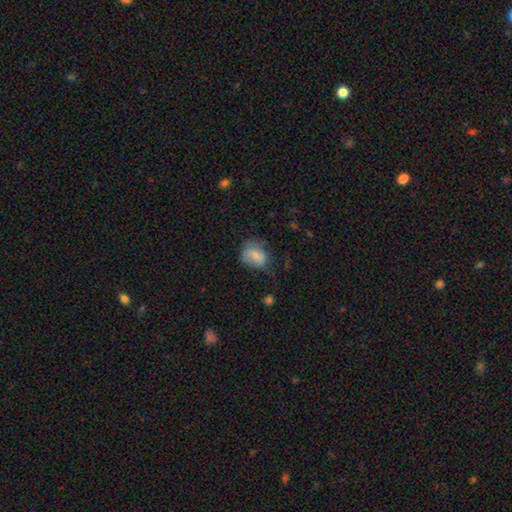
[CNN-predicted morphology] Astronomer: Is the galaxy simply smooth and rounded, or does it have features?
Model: smooth — 71%.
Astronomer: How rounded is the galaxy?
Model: in between — 62%.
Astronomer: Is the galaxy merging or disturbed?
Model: none — 46% (runner-up: minor disturbance, 32%).